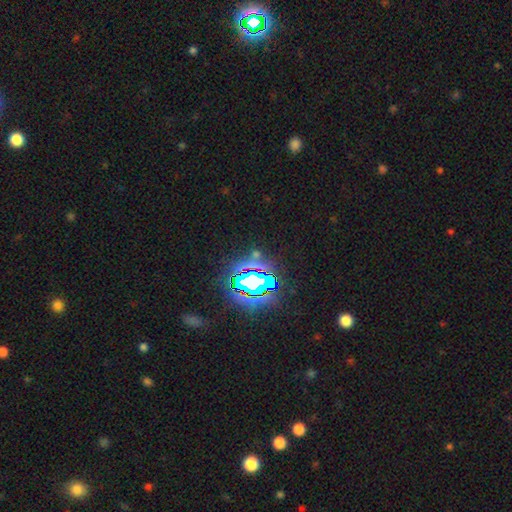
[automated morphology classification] The model was most divided on "smooth or featured": star or artifact: 84%, smooth: 10%, featured or disk: 6%.